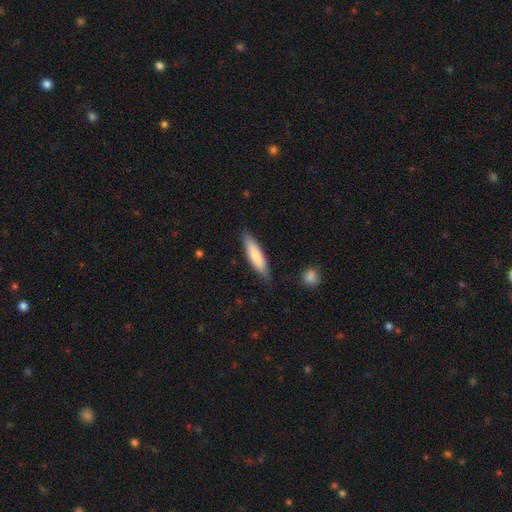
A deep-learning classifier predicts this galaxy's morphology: This is likely a smooth galaxy (78%). How rounded: likely cigar-shaped (68%). Merging: clearly none (83%).